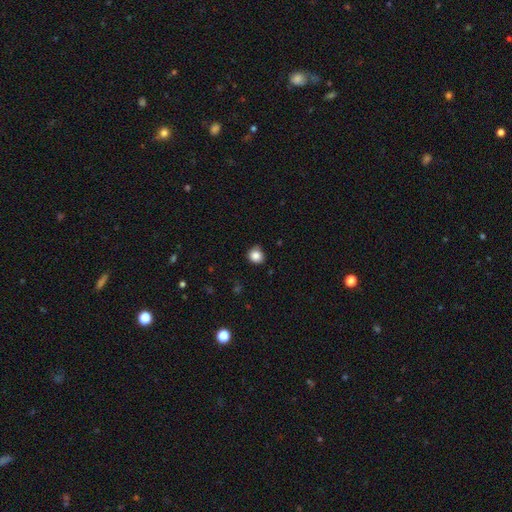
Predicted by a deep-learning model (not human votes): smooth 86%, star or artifact 10%, featured or disk 4%. Down the decision tree: how rounded — round (85%); merging — none (82%).